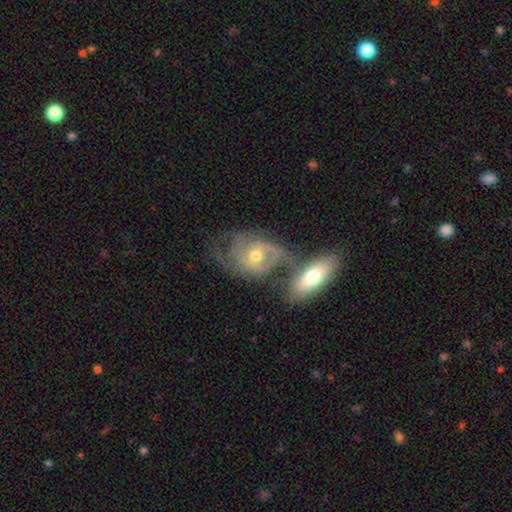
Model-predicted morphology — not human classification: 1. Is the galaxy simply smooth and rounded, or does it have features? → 77% featured or disk, 17% smooth, 6% star or artifact.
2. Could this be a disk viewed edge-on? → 95% no, 5% yes.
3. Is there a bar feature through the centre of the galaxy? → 65% no, 28% weak, 7% strong.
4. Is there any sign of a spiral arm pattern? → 85% yes, 15% no.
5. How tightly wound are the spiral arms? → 42% tight, 40% medium, 18% loose.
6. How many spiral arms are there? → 45% 2, 28% can't tell, 12% 3, 9% 1, 3% 4, 3% more than 4.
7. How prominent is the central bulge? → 72% moderate, 19% small, 6% large, 1% none, 1% dominant.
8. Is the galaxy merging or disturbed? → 42% merger, 27% none, 16% major disturbance, 15% minor disturbance.